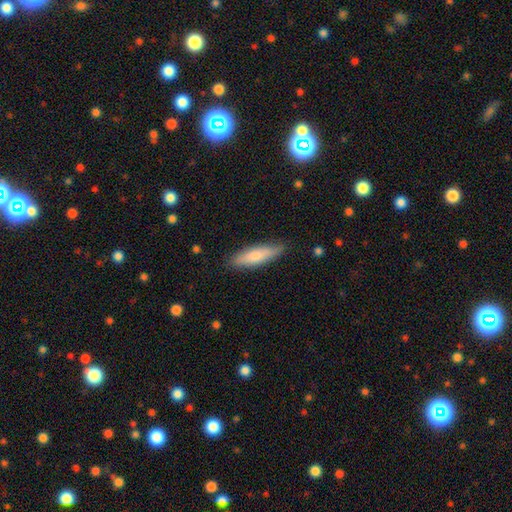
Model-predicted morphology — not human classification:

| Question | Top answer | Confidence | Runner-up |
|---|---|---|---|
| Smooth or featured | smooth | 76% | featured or disk (18%) |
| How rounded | cigar-shaped | 60% | in between (38%) |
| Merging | none | 84% | minor disturbance (12%) |